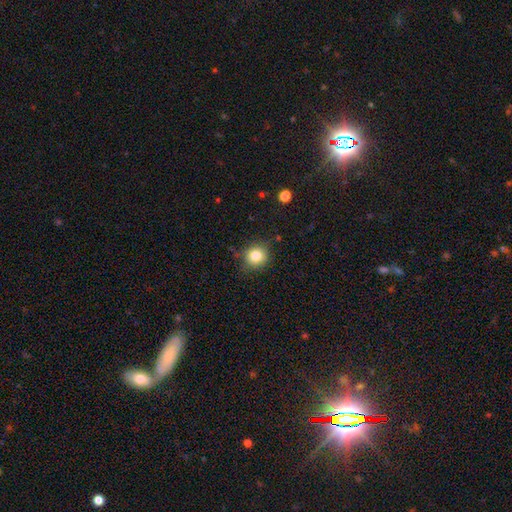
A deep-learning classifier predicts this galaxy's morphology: The model was most divided on "merging": none: 82%, minor disturbance: 13%, major disturbance: 3%, merger: 2%. More confident: how rounded — round (87%); smooth or featured — smooth (82%).